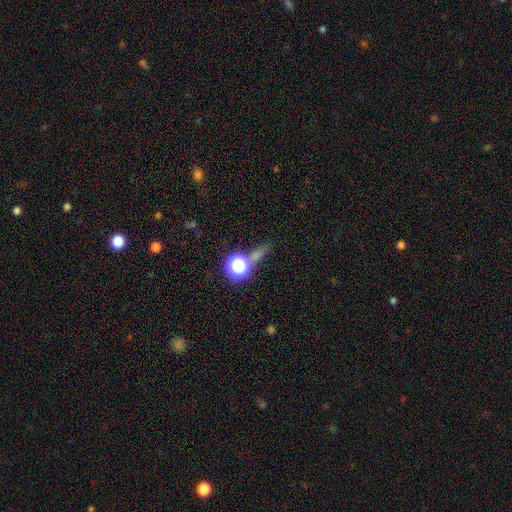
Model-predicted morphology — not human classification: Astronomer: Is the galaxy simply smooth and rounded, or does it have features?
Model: star or artifact — 55% (runner-up: smooth, 33%).